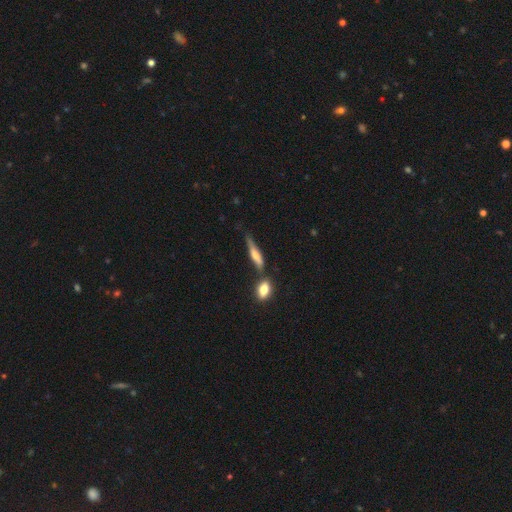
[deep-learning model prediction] smooth_or_featured: smooth (p=0.52) [alt: featured or disk p=0.40]
how_rounded: cigar-shaped (p=0.75) [alt: in between p=0.22]
merging: none (p=0.53) [alt: minor disturbance p=0.23]